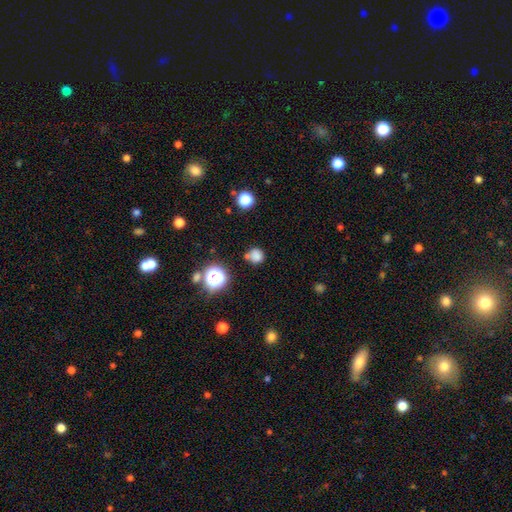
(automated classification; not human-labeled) smooth 76%, star or artifact 18%, featured or disk 6%. Down the decision tree: how rounded — round (87%); merging — none (68%).